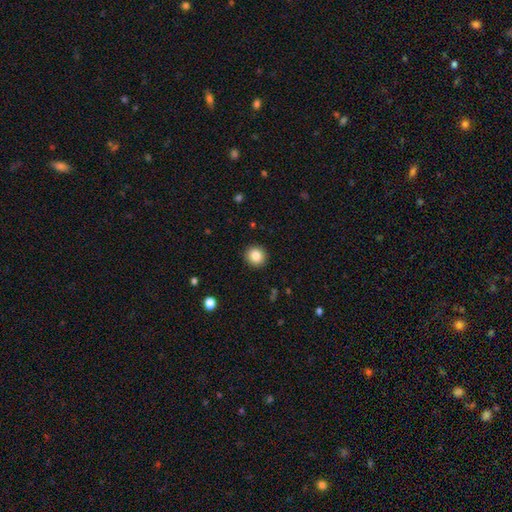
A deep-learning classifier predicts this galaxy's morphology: Smooth or featured: smooth — 85% (star or artifact — 10%)
How rounded: round — 91% (in between — 8%)
Merging: none — 92% (minor disturbance — 5%)